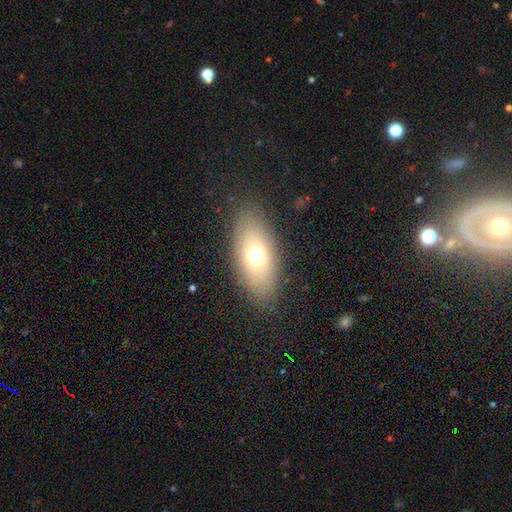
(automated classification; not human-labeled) Smooth or featured?
  - smooth: 67% *
  - featured or disk: 22%
  - star or artifact: 11%
How rounded?
  - in between: 86% *
  - round: 7%
  - cigar-shaped: 7%
Merging?
  - none: 84% *
  - minor disturbance: 11%
  - major disturbance: 5%
  - merger: 1%